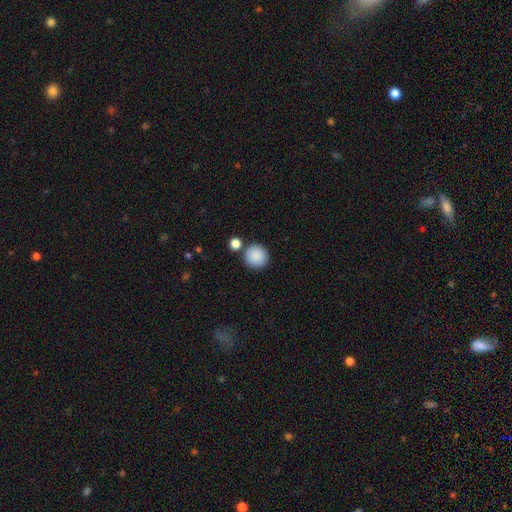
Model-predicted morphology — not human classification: smooth 88%, star or artifact 8%, featured or disk 4%. Down the decision tree: how rounded — round (94%); merging — none (81%).